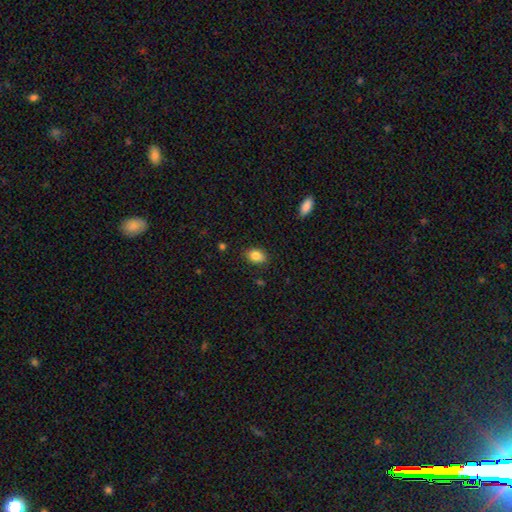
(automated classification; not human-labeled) Smooth or featured?
  - smooth: 85% *
  - star or artifact: 9%
  - featured or disk: 6%
How rounded?
  - in between: 76% *
  - round: 23%
  - cigar-shaped: 1%
Merging?
  - none: 87% *
  - minor disturbance: 10%
  - major disturbance: 2%
  - merger: 1%